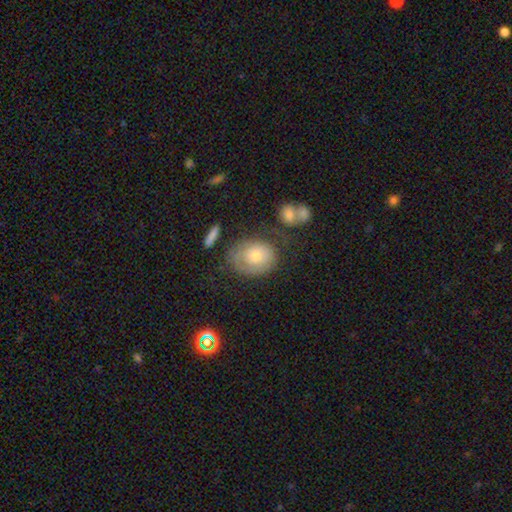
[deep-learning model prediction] Smooth or featured: smooth — 56% (featured or disk — 36%)
How rounded: in between — 54% (round — 44%)
Merging: none — 55% (minor disturbance — 25%)